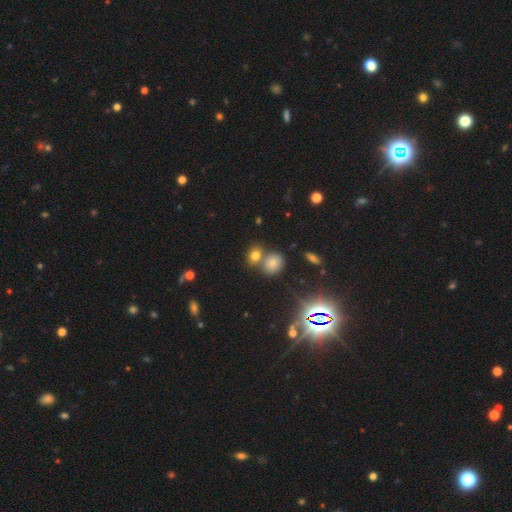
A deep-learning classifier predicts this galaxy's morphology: This is likely a smooth galaxy (71%). How rounded: possibly round (56%). Merging: possibly none (51%).